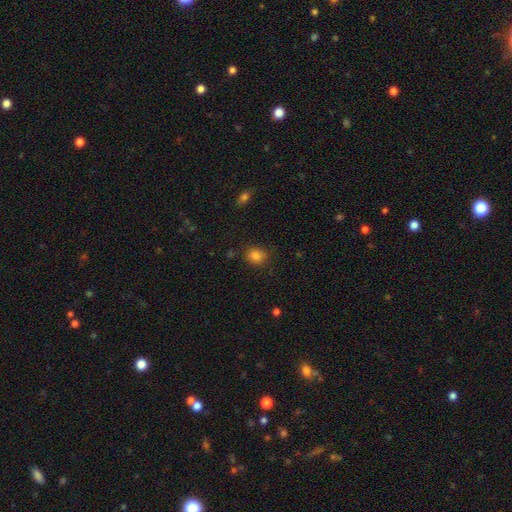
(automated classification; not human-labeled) A smooth galaxy with no disk features (83%) that is round (70%). Merging: none (83%).